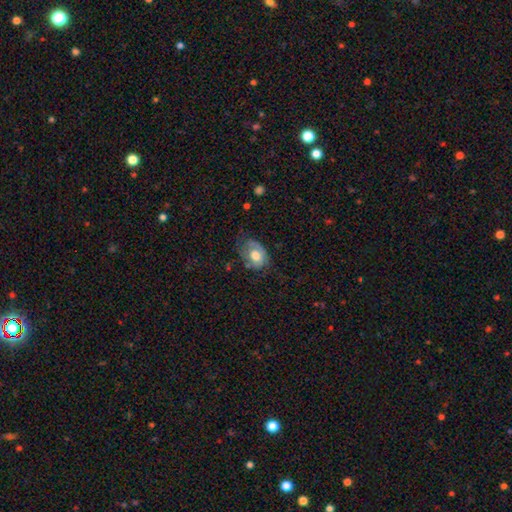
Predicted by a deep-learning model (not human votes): Smooth or featured: smooth — 55% (featured or disk — 38%)
How rounded: in between — 74% (round — 25%)
Merging: none — 48% (minor disturbance — 32%)